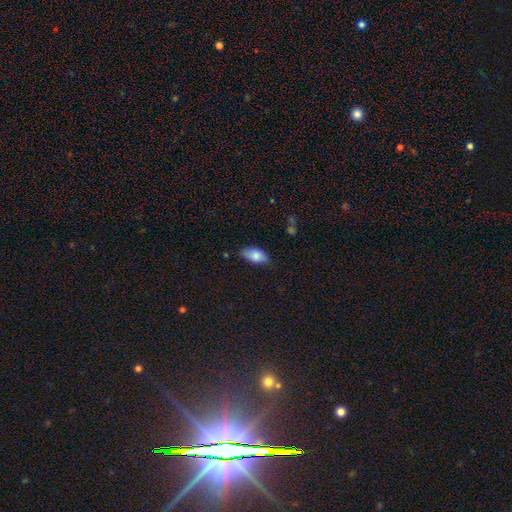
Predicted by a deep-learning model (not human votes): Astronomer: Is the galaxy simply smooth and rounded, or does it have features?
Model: smooth — 81%.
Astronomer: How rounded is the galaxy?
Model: in between — 91%.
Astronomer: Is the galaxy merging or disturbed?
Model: none — 73%.